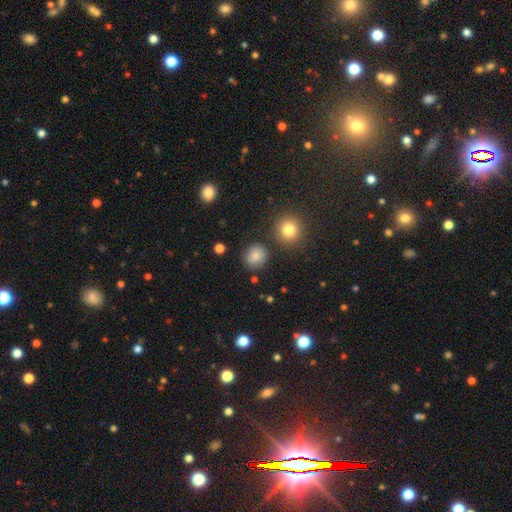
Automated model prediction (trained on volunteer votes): Smooth or featured? smooth (79%)
How rounded? round (88%)
Merging? none (83%)